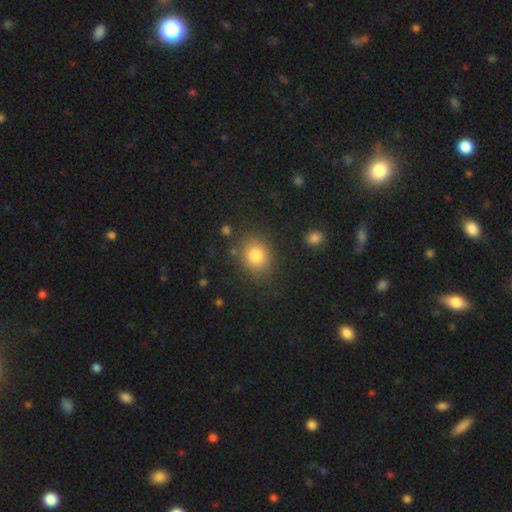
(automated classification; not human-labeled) smooth 81%, star or artifact 11%, featured or disk 8%. Down the decision tree: how rounded — round (68%); merging — none (82%).